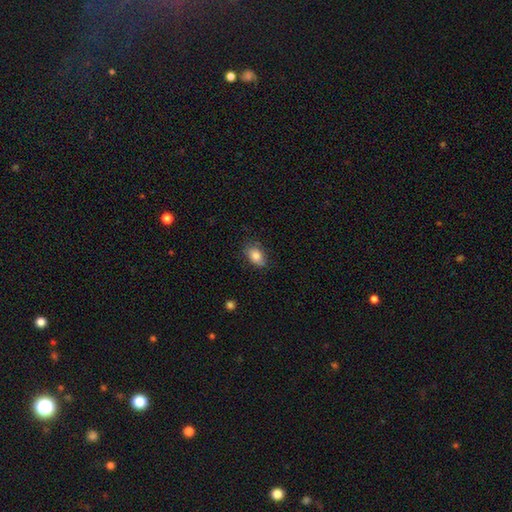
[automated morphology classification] Smooth or featured: smooth — 81% (featured or disk — 11%)
How rounded: in between — 84% (round — 14%)
Merging: none — 74% (minor disturbance — 20%)